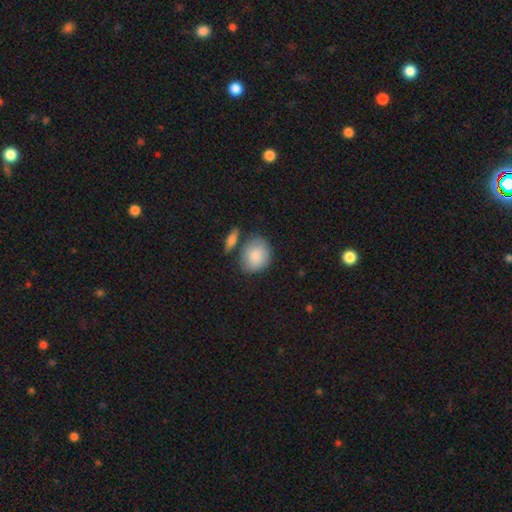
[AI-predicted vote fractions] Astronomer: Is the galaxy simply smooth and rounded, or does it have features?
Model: smooth — 85%.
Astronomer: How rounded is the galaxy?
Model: round — 56% (runner-up: in between, 42%).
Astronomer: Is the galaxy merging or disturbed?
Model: none — 60%.